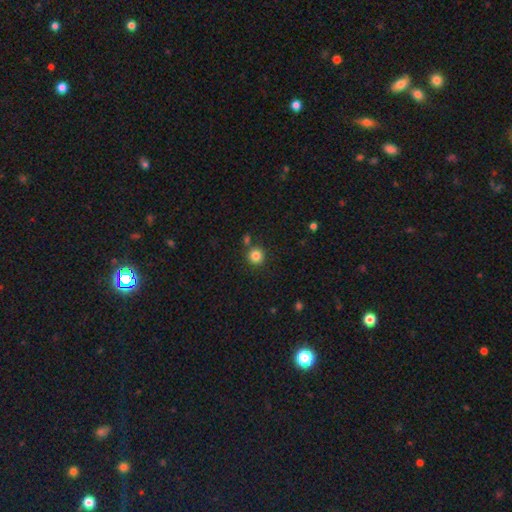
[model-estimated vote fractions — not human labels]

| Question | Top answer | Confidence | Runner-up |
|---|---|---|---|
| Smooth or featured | smooth | 84% | star or artifact (11%) |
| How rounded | round | 93% | in between (6%) |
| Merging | none | 80% | merger (10%) |